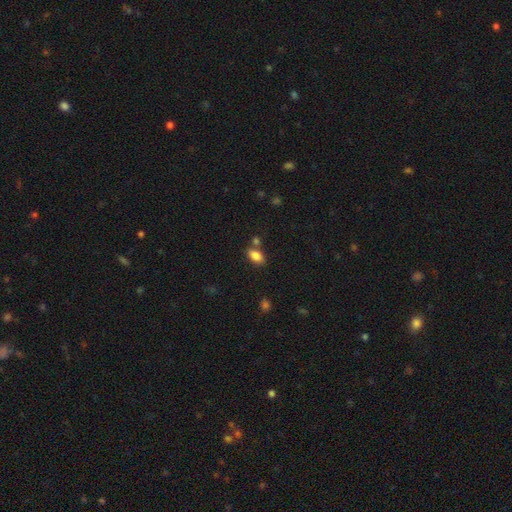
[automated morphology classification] This is clearly a smooth galaxy (85%). How rounded: clearly in between (90%). Merging: likely none (72%).